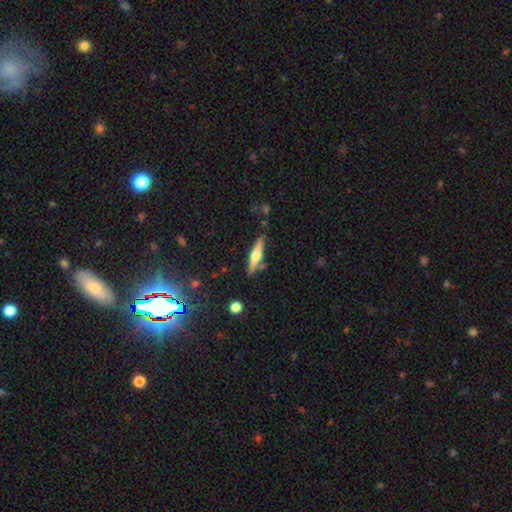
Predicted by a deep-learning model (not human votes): Q: Smooth or featured?
A: featured or disk (53%); runner-up: smooth (40%)
Q: Edge-on disk?
A: yes (94%); runner-up: no (6%)
Q: Edge-on bulge?
A: rounded (88%); runner-up: boxy (7%)
Q: Merging?
A: none (79%); runner-up: minor disturbance (13%)